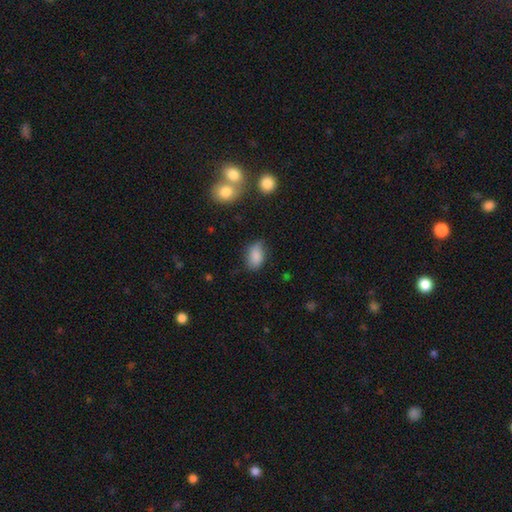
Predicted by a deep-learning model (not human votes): Overall: smooth (84%). How rounded: in between (89%). Merging: none (67%).